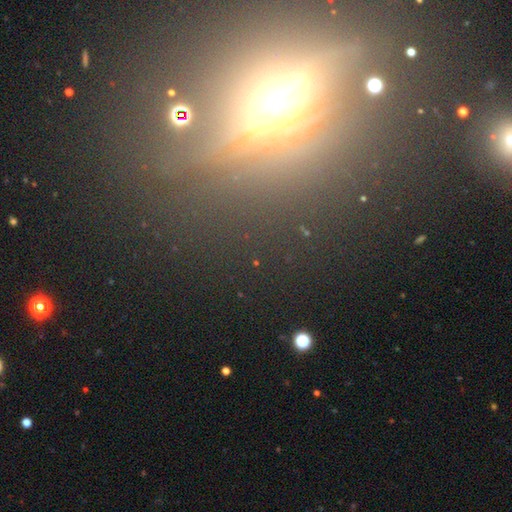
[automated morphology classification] The model was most divided on "smooth or featured": featured or disk: 43%, star or artifact: 40%, smooth: 16%. More confident: merging — none (81%).